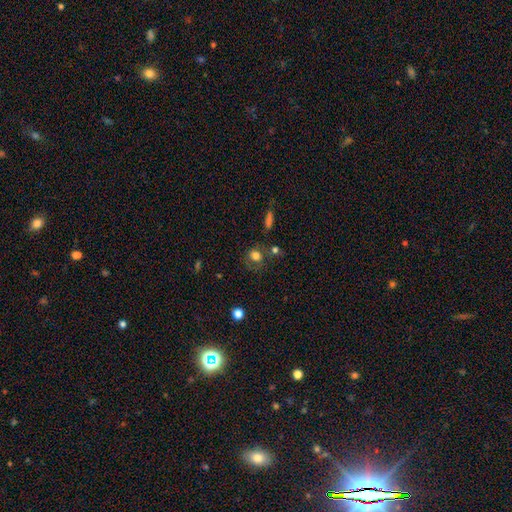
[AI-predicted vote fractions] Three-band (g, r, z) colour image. It shows a smooth galaxy with no disk features (76%) that is round (74%). Merging: none (64%).